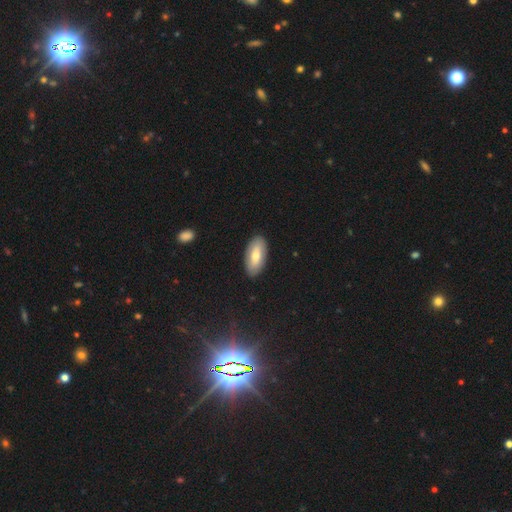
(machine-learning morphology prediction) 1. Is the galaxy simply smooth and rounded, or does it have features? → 70% smooth, 24% featured or disk, 6% star or artifact.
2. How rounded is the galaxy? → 91% in between, 7% cigar-shaped, 2% round.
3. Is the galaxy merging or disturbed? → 88% none, 9% minor disturbance, 2% major disturbance, 1% merger.